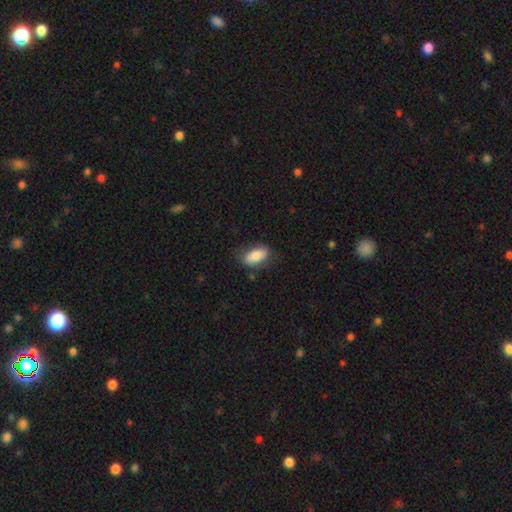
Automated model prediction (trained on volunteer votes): smooth-or-featured: smooth: 80% | featured or disk: 13% | star or artifact: 7%
  how-rounded: in between: 89% | cigar-shaped: 7% | round: 4%
  merging: none: 75% | minor disturbance: 18% | major disturbance: 5% | merger: 2%